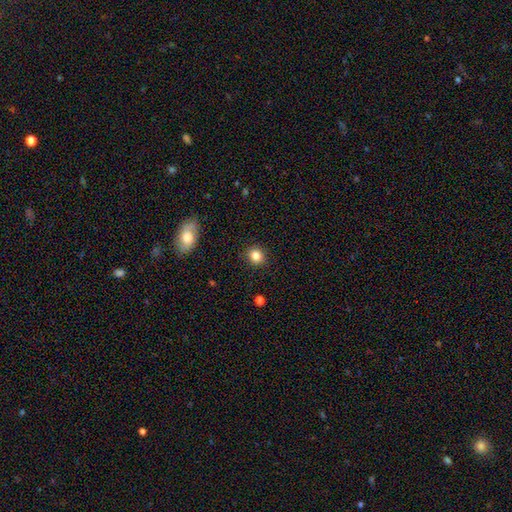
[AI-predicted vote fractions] A smooth galaxy with no disk features (84%) that is round (79%).

Vote fractions:
- Smooth or featured? smooth: 84% / star or artifact: 10% / featured or disk: 6%
- How rounded? round: 79% / in between: 20% / cigar-shaped: 1%
- Merging? none: 90% / minor disturbance: 7% / major disturbance: 2% / merger: 1%